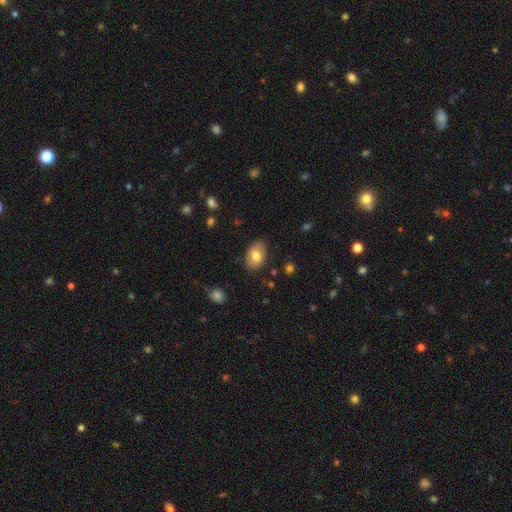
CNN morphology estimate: smooth-or-featured: smooth: 77% | featured or disk: 16% | star or artifact: 8%
  how-rounded: in between: 86% | round: 13% | cigar-shaped: 1%
  merging: none: 81% | minor disturbance: 14% | major disturbance: 3% | merger: 1%